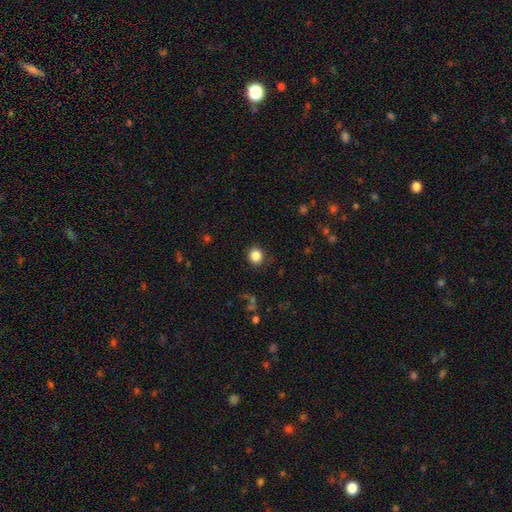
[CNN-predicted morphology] The model was most divided on "how rounded": round: 86%, in between: 13%, cigar-shaped: 1%. More confident: merging — none (90%); smooth or featured — smooth (85%).